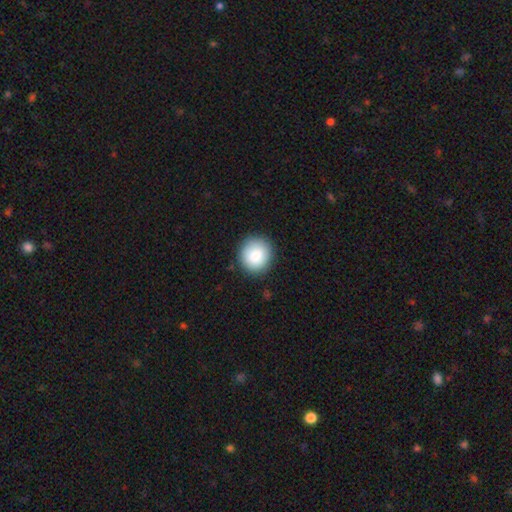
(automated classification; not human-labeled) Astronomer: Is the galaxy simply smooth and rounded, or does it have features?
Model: smooth — 84%.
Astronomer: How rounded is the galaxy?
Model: round — 91%.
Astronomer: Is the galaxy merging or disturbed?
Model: none — 89%.